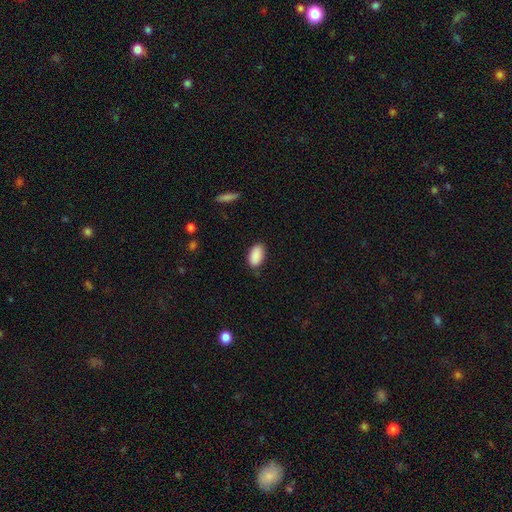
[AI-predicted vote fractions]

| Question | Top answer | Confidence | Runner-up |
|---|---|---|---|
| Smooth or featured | smooth | 90% | star or artifact (7%) |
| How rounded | in between | 93% | round (5%) |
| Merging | none | 78% | minor disturbance (17%) |